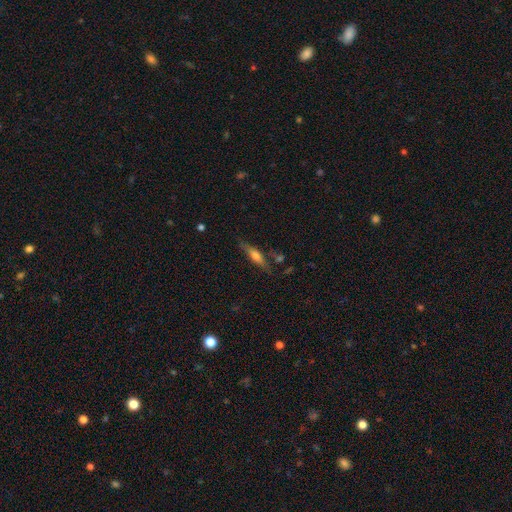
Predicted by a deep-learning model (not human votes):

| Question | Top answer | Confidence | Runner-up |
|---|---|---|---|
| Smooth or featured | featured or disk | 47% | smooth (45%) |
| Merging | none | 74% | minor disturbance (16%) |